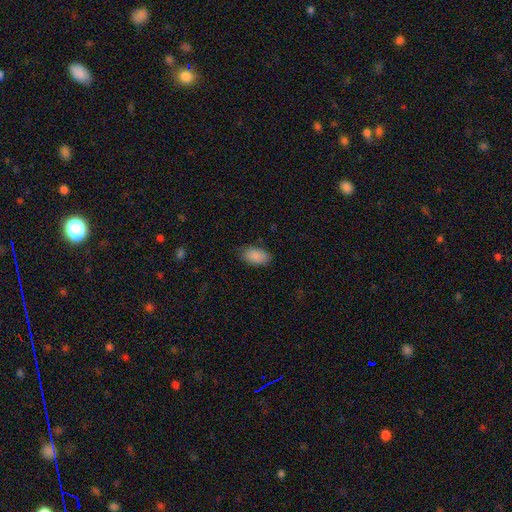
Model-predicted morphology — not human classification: smooth-or-featured: smooth: 89% | star or artifact: 7% | featured or disk: 4%
  how-rounded: in between: 93% | round: 5% | cigar-shaped: 2%
  merging: none: 78% | minor disturbance: 17% | major disturbance: 4% | merger: 1%